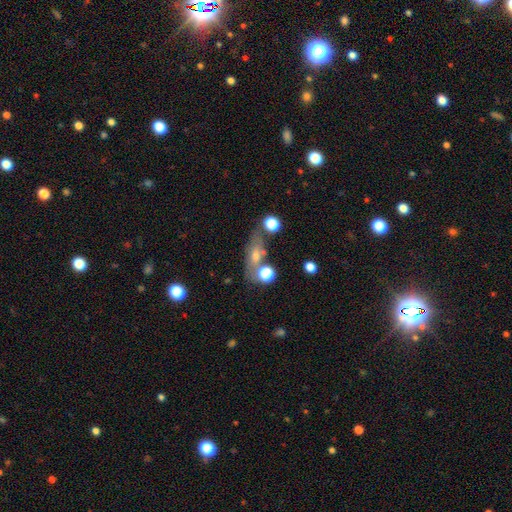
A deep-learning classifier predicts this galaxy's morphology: Smooth or featured? smooth (48%)
Merging? none (64%)